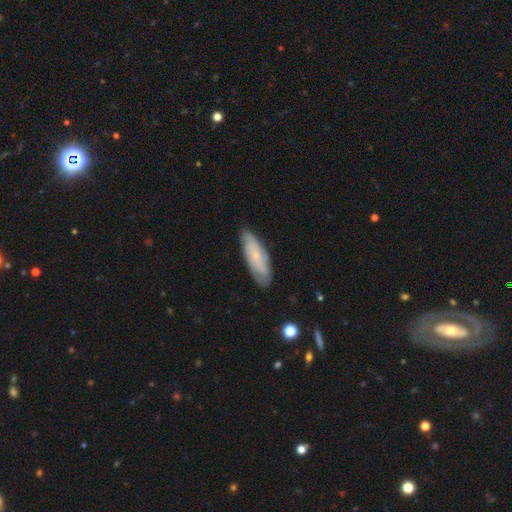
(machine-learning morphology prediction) A smooth galaxy with no disk features (47%).

Vote fractions:
- Smooth or featured? smooth: 47% / featured or disk: 45% / star or artifact: 7%
- Merging? none: 77% / minor disturbance: 18% / major disturbance: 4% / merger: 1%